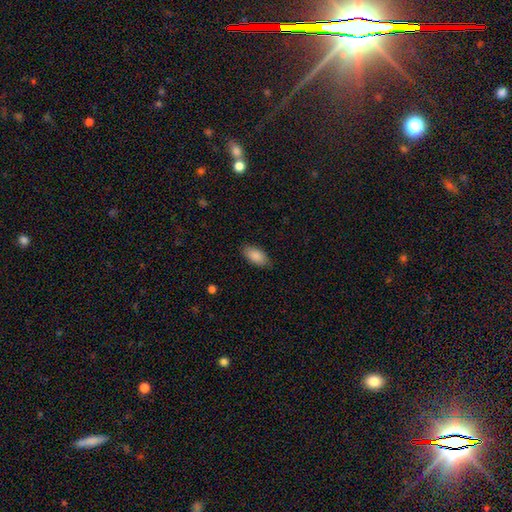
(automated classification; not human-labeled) A smooth galaxy with no disk features (88%) that is in between round and cigar-shaped (92%).

Vote fractions:
- Smooth or featured? smooth: 88% / star or artifact: 6% / featured or disk: 5%
- How rounded? in between: 92% / cigar-shaped: 6% / round: 2%
- Merging? none: 86% / minor disturbance: 11% / major disturbance: 2% / merger: 1%